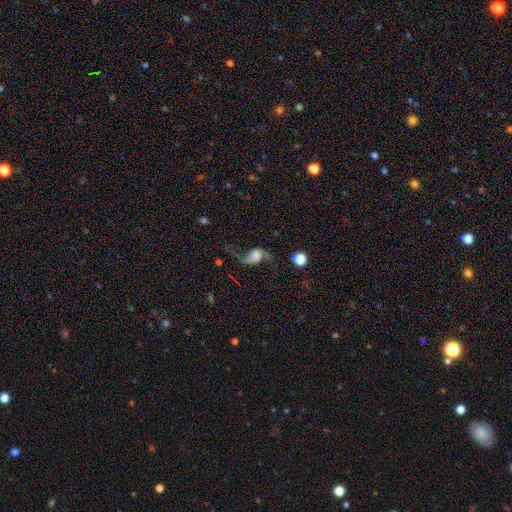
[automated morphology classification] This is likely a featured or disk galaxy (72%). It is clearly not viewed edge-on (96%). Bar: likely no (61%). Spiral arm pattern: clearly yes (92%). Spiral arm count: clearly 2 (90%). Spiral winding: clearly loose (90%). Central bulge: marginally none (27%). Merging: possibly none (51%).